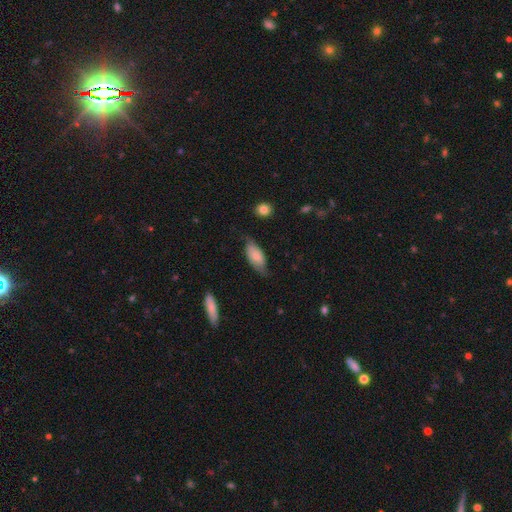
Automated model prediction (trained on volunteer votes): Smooth or featured? smooth (60%)
How rounded? in between (86%)
Merging? none (60%)